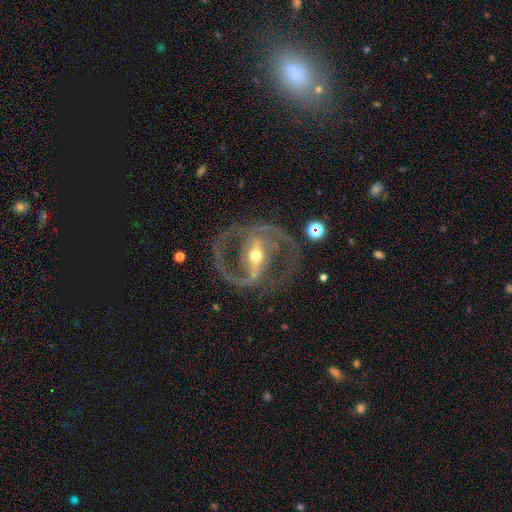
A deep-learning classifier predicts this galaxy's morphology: The model was most divided on "bulge size": moderate: 63%, small: 32%, large: 4%, dominant: 1%, none: 1%. More confident: edge-on disk — no (96%); spiral arms — yes (92%); spiral arm count — 2 (91%); smooth or featured — featured or disk (91%); merging — none (76%); bar — strong (69%); spiral winding — medium (60%).